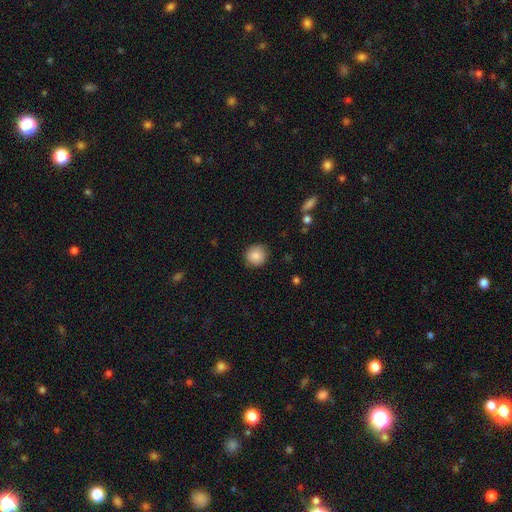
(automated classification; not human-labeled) Smooth or featured? Predicted: smooth (p=0.86). How rounded? Predicted: round (p=0.91). Merging? Predicted: none (p=0.88).